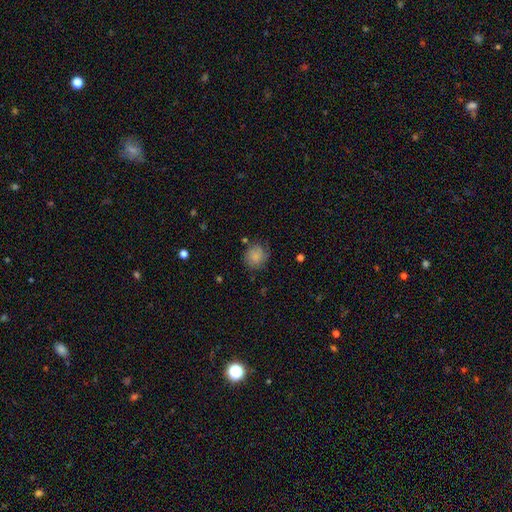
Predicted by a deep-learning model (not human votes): Overall: smooth (71%). How rounded: round (76%). Merging: none (61%; minor disturbance 25%).